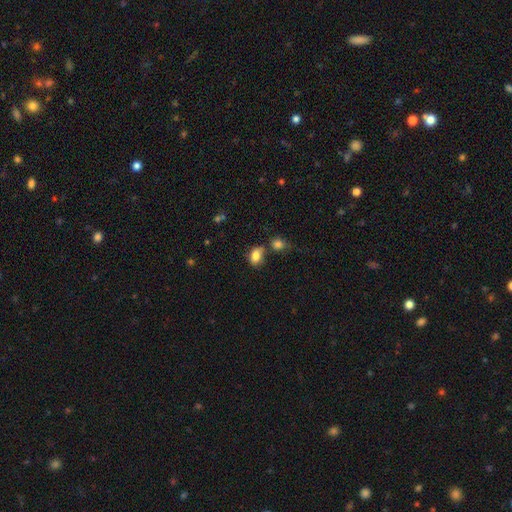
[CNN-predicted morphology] Overall: smooth (82%). How rounded: in between (73%). Merging: none (52%; merger 23%).